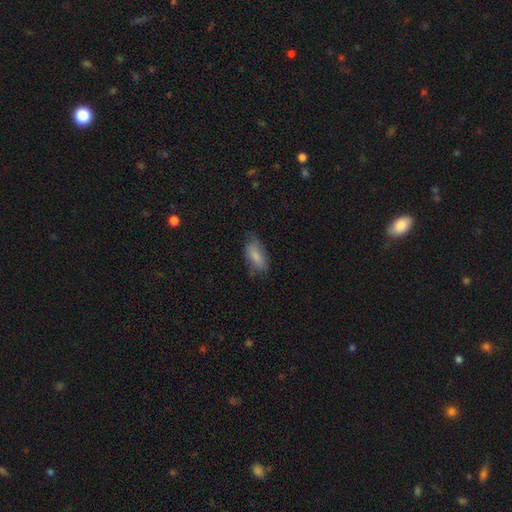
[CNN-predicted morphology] type=smooth (80%); roundness=in between (83%); merging=none (64%).